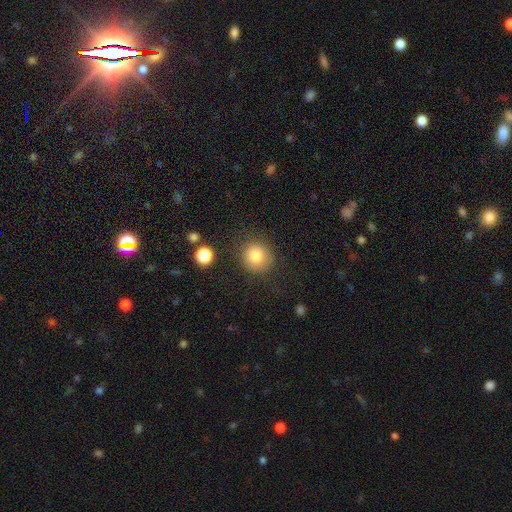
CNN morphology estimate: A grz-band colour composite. It shows a smooth galaxy with no disk features (81%) that is round (89%). Merging: none (81%).